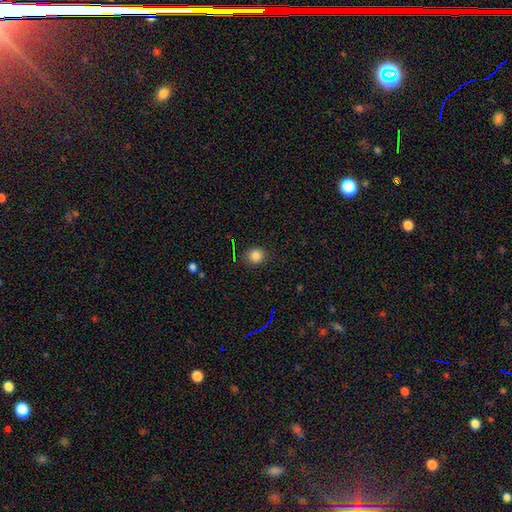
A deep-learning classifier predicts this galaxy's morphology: Q: Smooth or featured?
A: smooth (83%); runner-up: star or artifact (13%)
Q: How rounded?
A: round (88%); runner-up: in between (11%)
Q: Merging?
A: none (87%); runner-up: minor disturbance (9%)